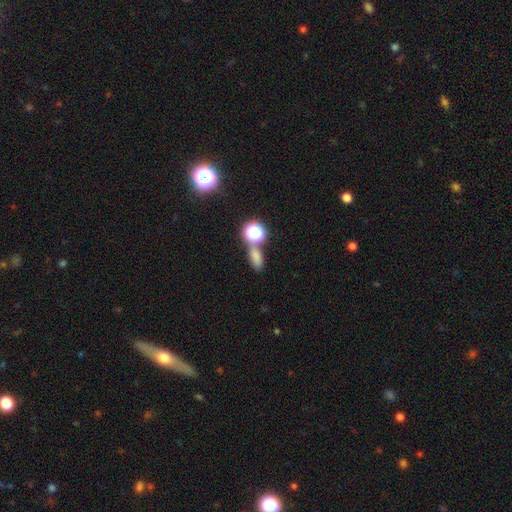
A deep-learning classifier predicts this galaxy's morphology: A smooth galaxy with no disk features (70%) that is in between round and cigar-shaped (73%).

Vote fractions:
- Smooth or featured? smooth: 70% / star or artifact: 23% / featured or disk: 8%
- How rounded? in between: 73% / round: 21% / cigar-shaped: 6%
- Merging? none: 59% / merger: 24% / minor disturbance: 12% / major disturbance: 5%